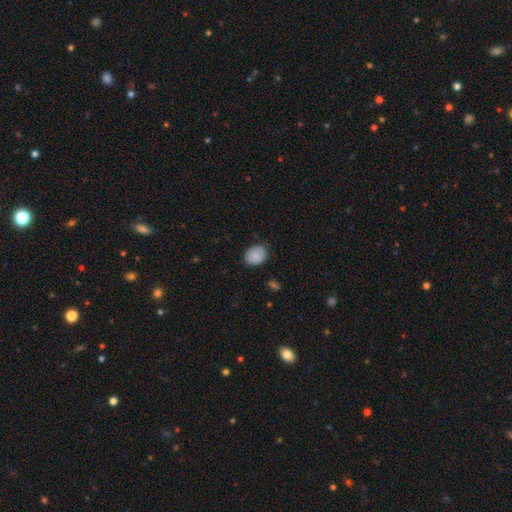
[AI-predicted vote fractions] Smooth or featured? Predicted: smooth (p=0.82). How rounded? Predicted: round (p=0.51). Merging? Predicted: none (p=0.75).